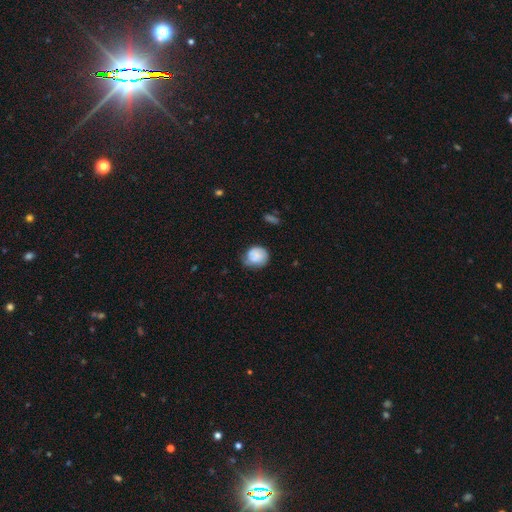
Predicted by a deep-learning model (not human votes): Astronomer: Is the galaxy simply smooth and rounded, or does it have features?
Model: smooth — 61%.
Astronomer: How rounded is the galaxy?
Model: round — 73%.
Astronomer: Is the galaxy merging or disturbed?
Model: none — 56% (runner-up: minor disturbance, 32%).